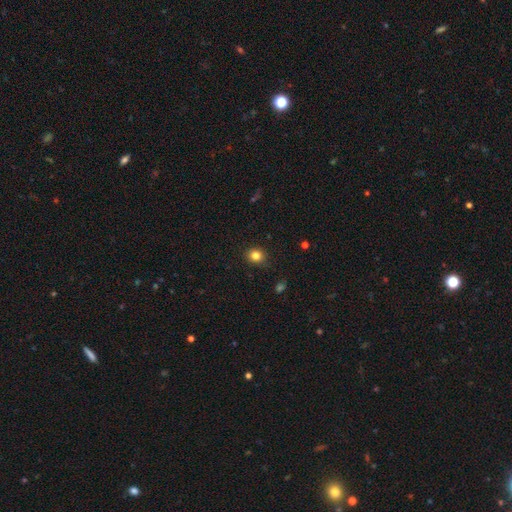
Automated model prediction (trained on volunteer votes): smooth 83%, star or artifact 12%, featured or disk 5%. Down the decision tree: how rounded — round (77%); merging — none (87%).